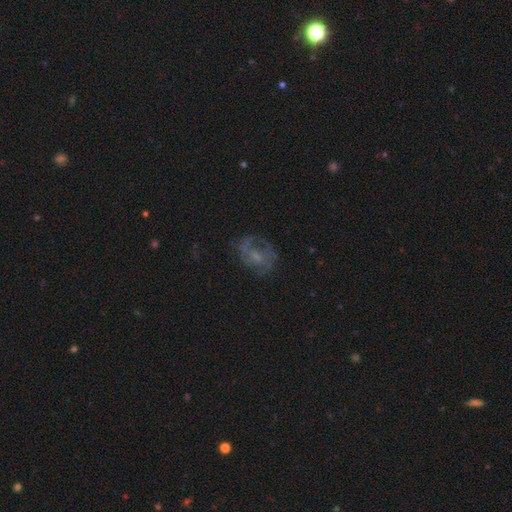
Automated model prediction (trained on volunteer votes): A featured or disk galaxy (62%) with no bar (62%), spiral arms (68%) and a small central bulge (51%).

Vote fractions:
- Smooth or featured? featured or disk: 62% / smooth: 24% / star or artifact: 14%
- Edge-on disk? no: 97% / yes: 3%
- Bar? no: 62% / weak: 32% / strong: 6%
- Spiral arms? yes: 68% / no: 32%
- Bulge size? small: 51% / moderate: 26% / none: 20% / large: 2% / dominant: 1%
- Merging? none: 60% / minor disturbance: 19% / major disturbance: 19% / merger: 2%